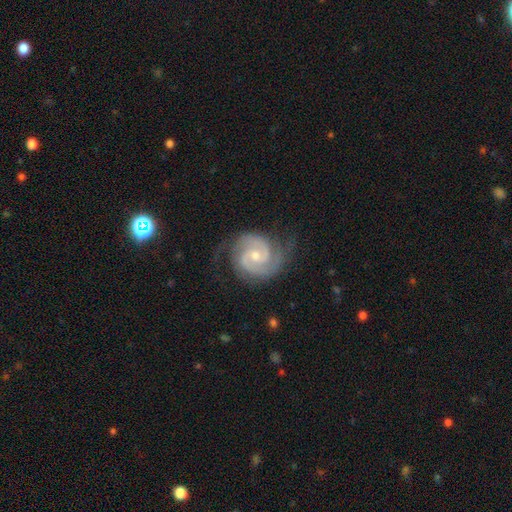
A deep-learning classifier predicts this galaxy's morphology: A featured or disk galaxy (92%) with no bar (53%), 2 (90%) tight (50%) spiral arms (98%) and a small central bulge (51%). Merging: none (75%).